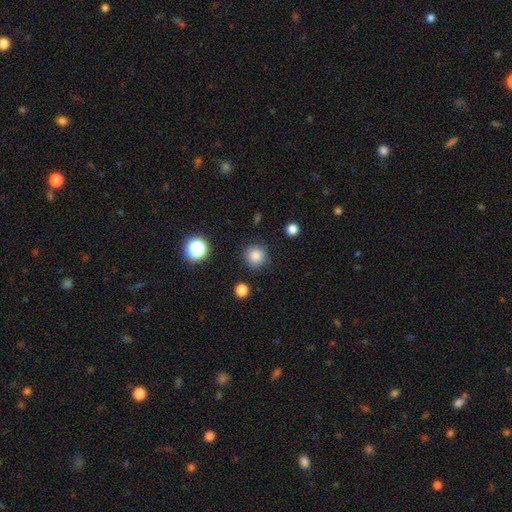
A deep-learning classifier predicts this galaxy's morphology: A smooth galaxy with no disk features (84%) that is round (94%). Merging: none (87%).